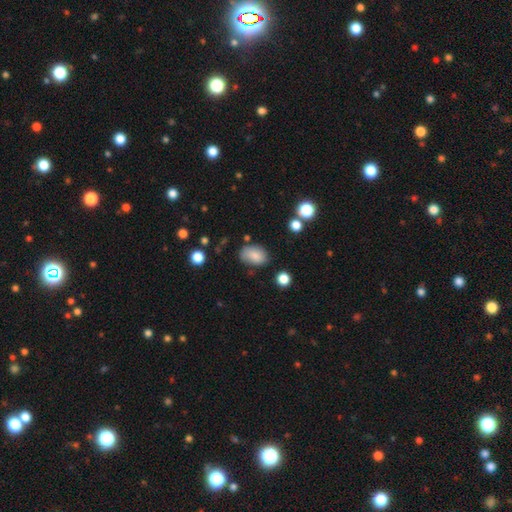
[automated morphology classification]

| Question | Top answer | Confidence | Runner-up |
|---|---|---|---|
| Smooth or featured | smooth | 83% | star or artifact (9%) |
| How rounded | in between | 86% | round (13%) |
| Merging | none | 67% | minor disturbance (23%) |